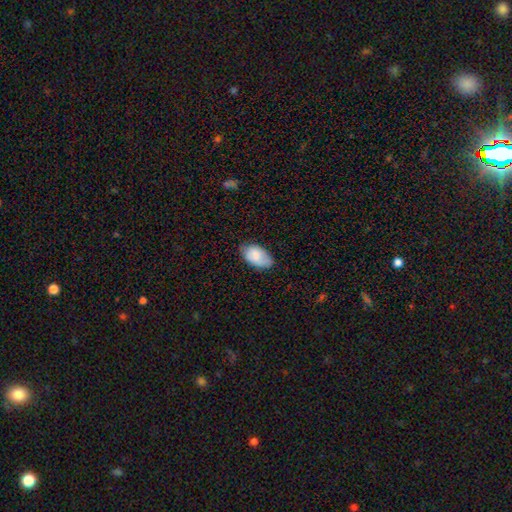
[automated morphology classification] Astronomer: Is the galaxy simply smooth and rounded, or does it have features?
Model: smooth — 83%.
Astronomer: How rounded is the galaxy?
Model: in between — 94%.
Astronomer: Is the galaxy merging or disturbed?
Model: none — 67%.